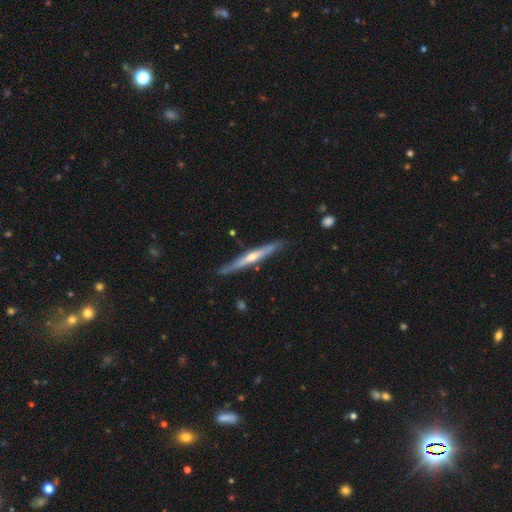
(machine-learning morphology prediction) Smooth or featured?
  - featured or disk: 70% *
  - smooth: 25%
  - star or artifact: 5%
Edge-on disk?
  - yes: 96% *
  - no: 4%
Edge-on bulge?
  - rounded: 77% *
  - none: 19%
  - boxy: 4%
Merging?
  - none: 87% *
  - minor disturbance: 10%
  - major disturbance: 2%
  - merger: 2%